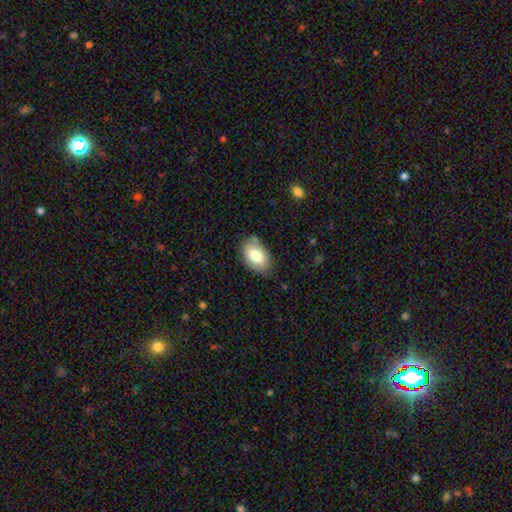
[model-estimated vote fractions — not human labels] smooth-or-featured: smooth: 79% | featured or disk: 14% | star or artifact: 7%
  how-rounded: in between: 90% | round: 9% | cigar-shaped: 1%
  merging: none: 77% | minor disturbance: 17% | major disturbance: 3% | merger: 3%